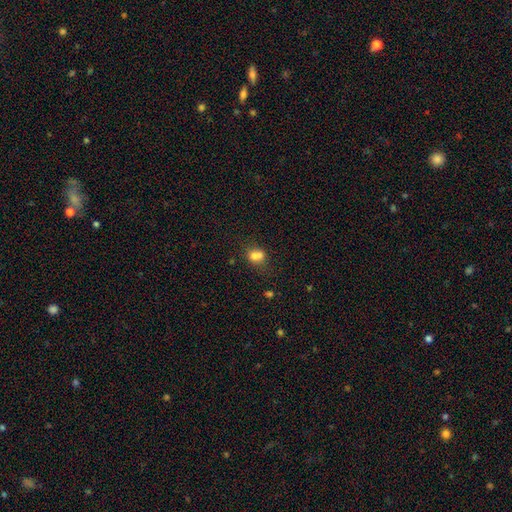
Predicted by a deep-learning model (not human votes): Smooth or featured?
  - smooth: 72% *
  - featured or disk: 15%
  - star or artifact: 13%
How rounded?
  - round: 61% *
  - in between: 38%
  - cigar-shaped: 1%
Merging?
  - merger: 52% *
  - none: 34%
  - minor disturbance: 10%
  - major disturbance: 4%